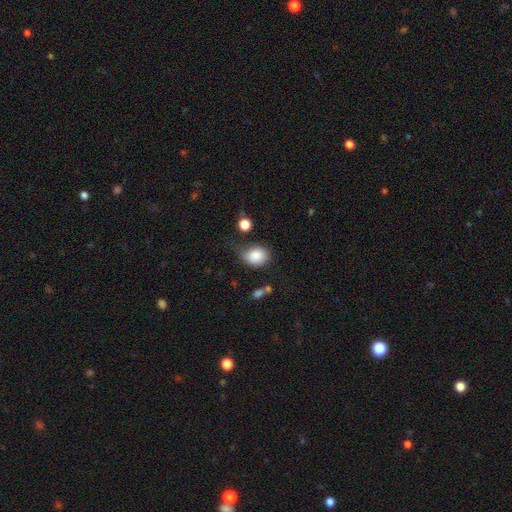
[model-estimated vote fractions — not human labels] This is clearly a smooth galaxy (84%). How rounded: possibly in between (53%). Merging: possibly none (52%).